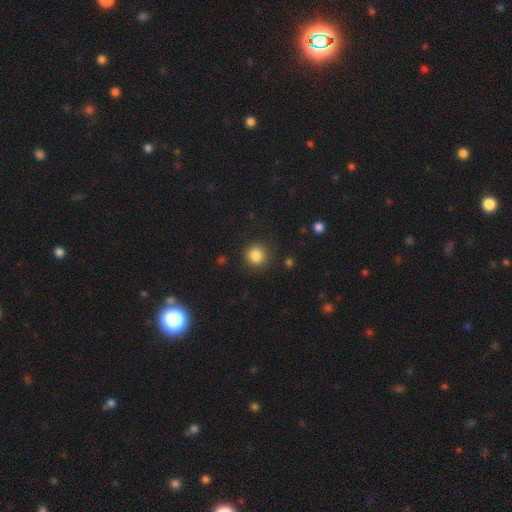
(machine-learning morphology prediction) Smooth or featured?
  - smooth: 84% *
  - star or artifact: 11%
  - featured or disk: 5%
How rounded?
  - round: 94% *
  - in between: 5%
  - cigar-shaped: 1%
Merging?
  - none: 90% *
  - minor disturbance: 6%
  - major disturbance: 2%
  - merger: 1%